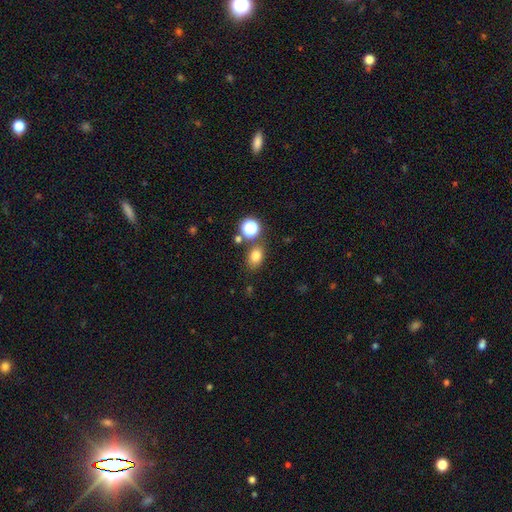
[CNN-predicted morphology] This appears to be a smooth galaxy with no disk features (77%) that is in between round and cigar-shaped (64%). Merging: none (74%).